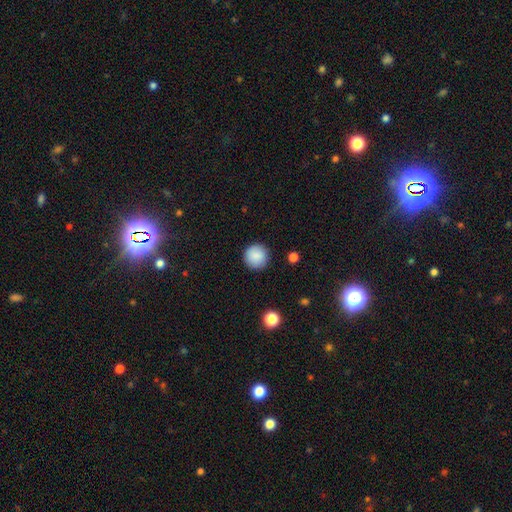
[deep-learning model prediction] Smooth or featured? smooth (87%)
How rounded? round (95%)
Merging? none (90%)